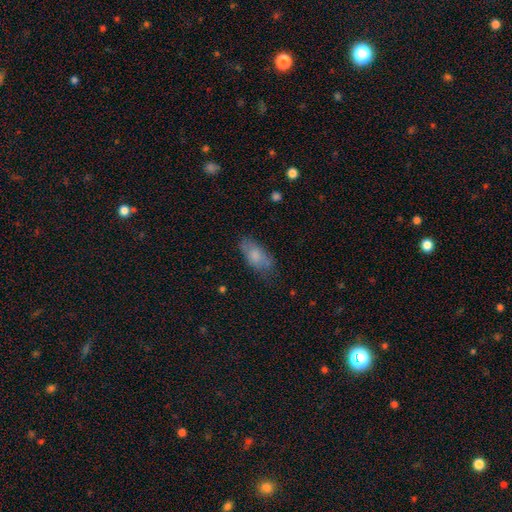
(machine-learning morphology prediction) This appears to be a smooth galaxy with no disk features (75%) that is in between round and cigar-shaped (87%). Merging: none (63%).